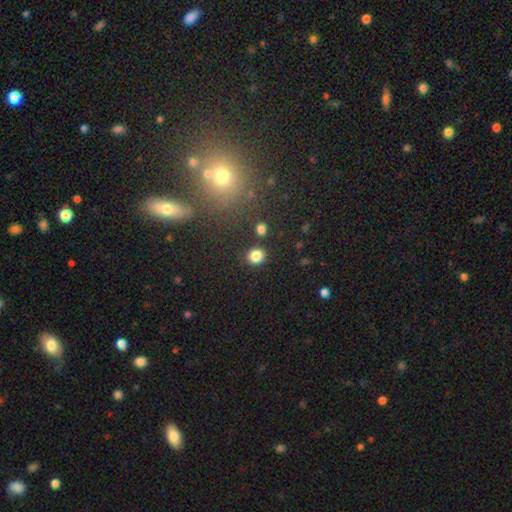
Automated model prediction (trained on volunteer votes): Morphology: type=smooth (83%); roundness=round (81%); merging=none (86%).